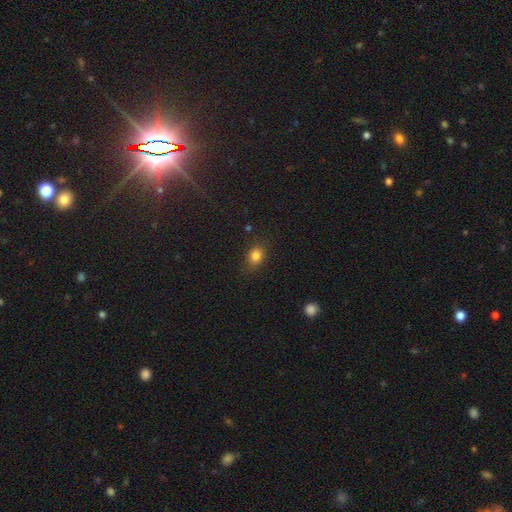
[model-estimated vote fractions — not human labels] This is clearly a smooth galaxy (82%). How rounded: possibly round (52%). Merging: clearly none (81%).